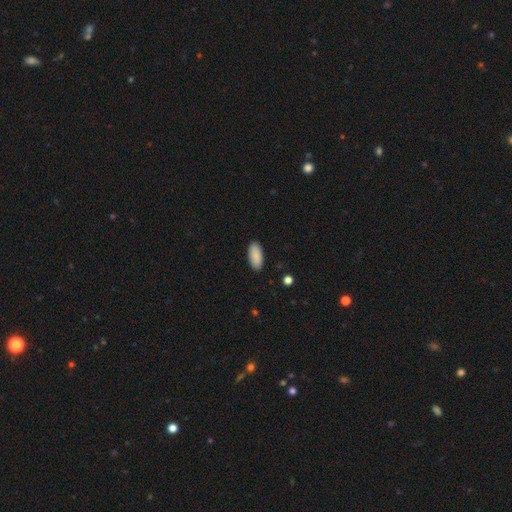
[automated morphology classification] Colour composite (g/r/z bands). It shows a smooth galaxy with no disk features (90%) that is in between round and cigar-shaped (90%). Merging: none (90%).